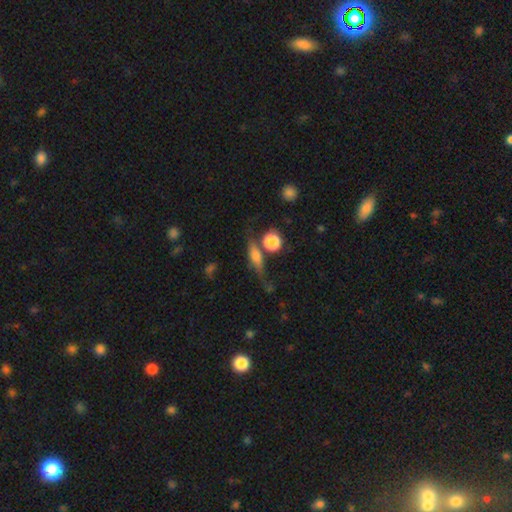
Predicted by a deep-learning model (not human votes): Morphology: type=smooth (53%); roundness=in between (39%); merging=none (55%).